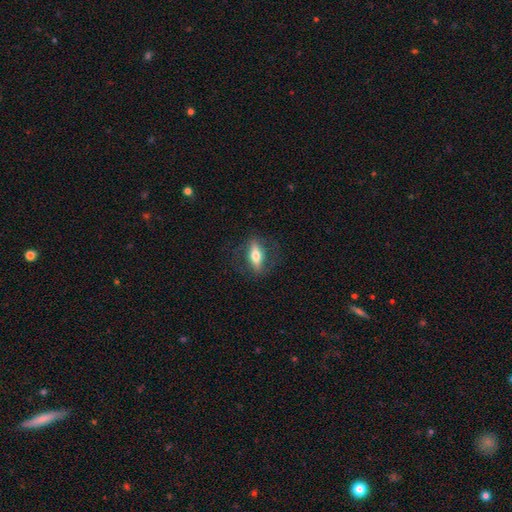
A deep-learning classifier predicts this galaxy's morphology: Smooth or featured? Predicted: featured or disk (p=0.48). Merging? Predicted: none (p=0.79).